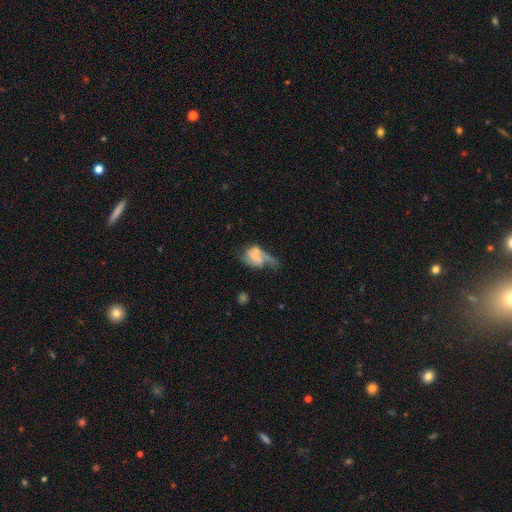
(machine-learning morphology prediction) featured or disk 54%, smooth 36%, star or artifact 10%. Down the decision tree: edge-on disk — no (97%); bar — no (60%); spiral arms — yes (65%); bulge size — none (40%); merging — major disturbance (35%).